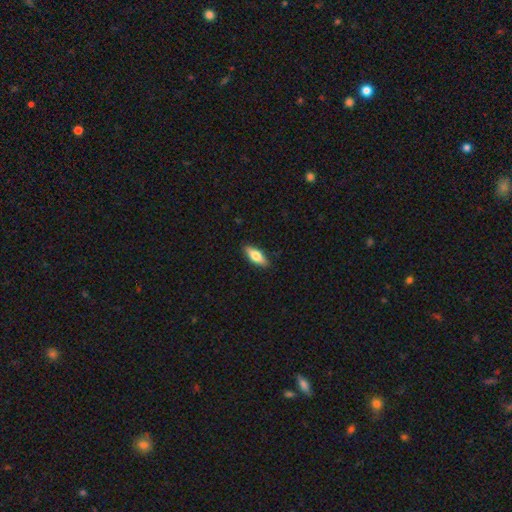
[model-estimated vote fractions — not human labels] Smooth or featured? smooth (68%)
How rounded? in between (67%)
Merging? none (88%)